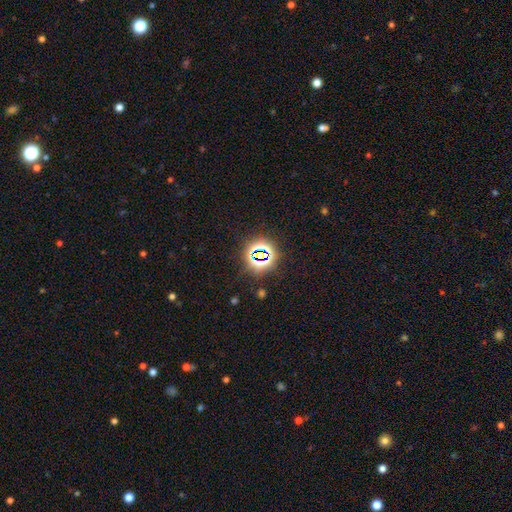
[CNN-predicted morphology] Smooth or featured? Predicted: star or artifact (p=0.71).